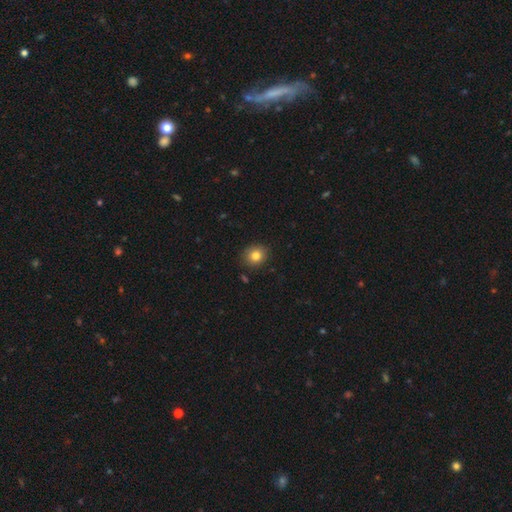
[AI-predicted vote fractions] This appears to be a smooth galaxy with no disk features (81%) that is round (78%). Merging: none (87%).